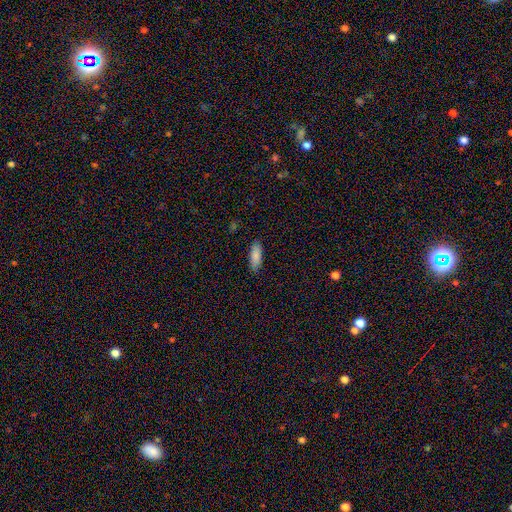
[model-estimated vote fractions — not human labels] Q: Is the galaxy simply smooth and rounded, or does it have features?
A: smooth — 86%.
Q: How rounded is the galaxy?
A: in between — 75%.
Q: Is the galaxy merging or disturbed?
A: none — 87%.